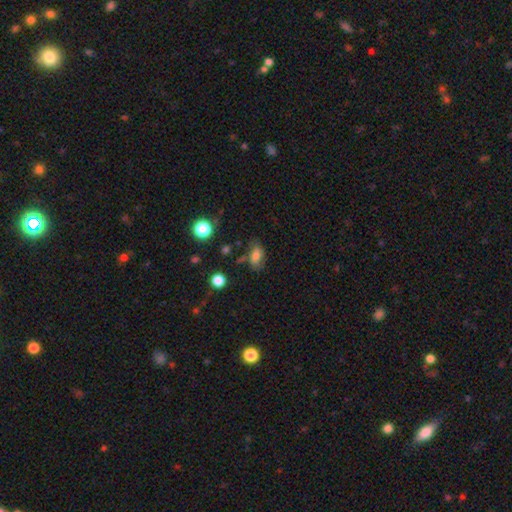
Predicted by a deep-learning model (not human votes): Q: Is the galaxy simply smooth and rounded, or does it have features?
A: smooth — 71%.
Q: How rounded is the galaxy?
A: in between — 82%.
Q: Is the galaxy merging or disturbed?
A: none — 59%.